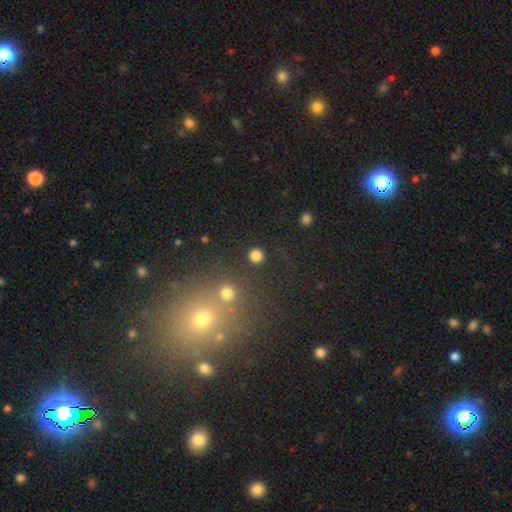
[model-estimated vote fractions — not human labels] This is clearly a smooth galaxy (83%). How rounded: clearly round (94%). Merging: clearly none (89%).